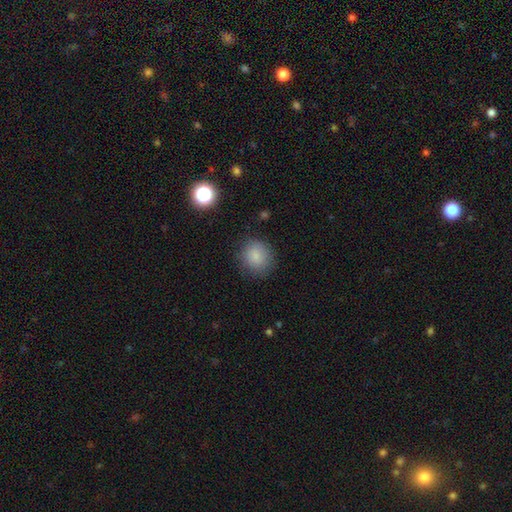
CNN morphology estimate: A smooth galaxy with no disk features (84%) that is round (88%). Merging: none (84%).